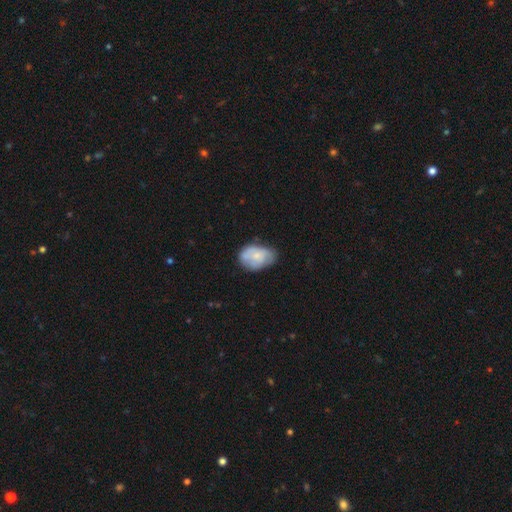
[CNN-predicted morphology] This is possibly a smooth galaxy (57%). How rounded: likely in between (74%). Merging: possibly none (51%).